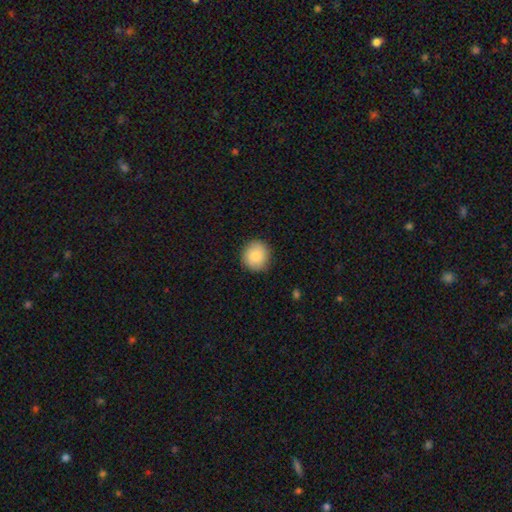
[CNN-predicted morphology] Smooth or featured? smooth (86%)
How rounded? round (90%)
Merging? none (89%)